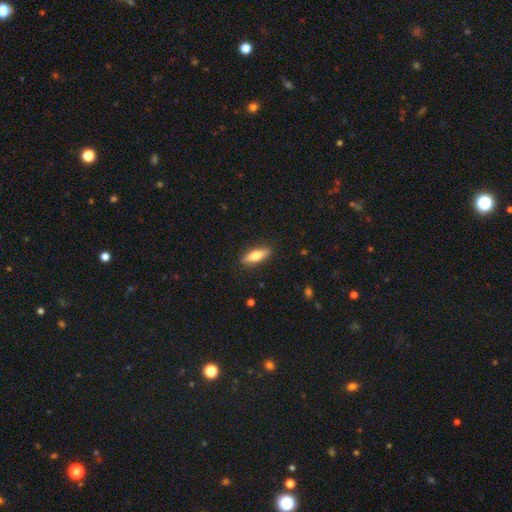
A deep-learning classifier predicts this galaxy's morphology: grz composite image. It shows a smooth galaxy with no disk features (76%) that is in between round and cigar-shaped (58%). Merging: none (88%).